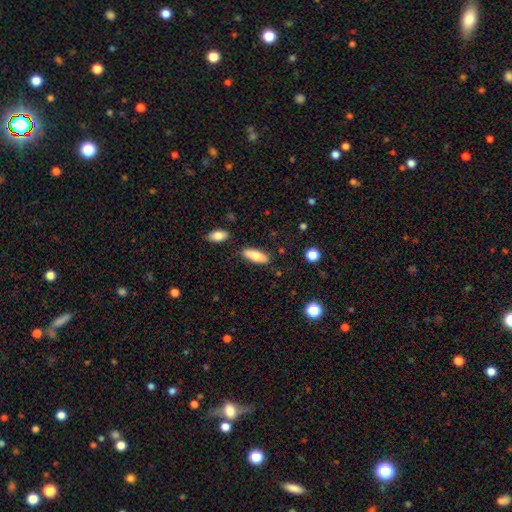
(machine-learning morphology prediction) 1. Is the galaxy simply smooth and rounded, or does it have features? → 75% smooth, 18% featured or disk, 6% star or artifact.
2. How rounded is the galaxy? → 66% in between, 32% cigar-shaped, 2% round.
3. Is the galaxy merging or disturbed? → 83% none, 11% minor disturbance, 3% merger, 2% major disturbance.